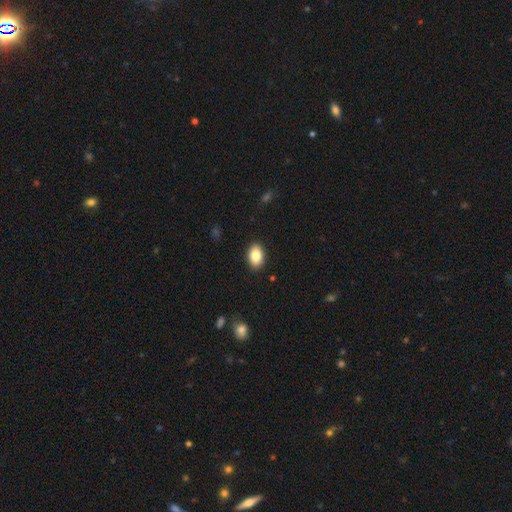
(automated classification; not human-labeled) smooth 84%, featured or disk 8%, star or artifact 7%. Down the decision tree: how rounded — in between (88%); merging — none (89%).